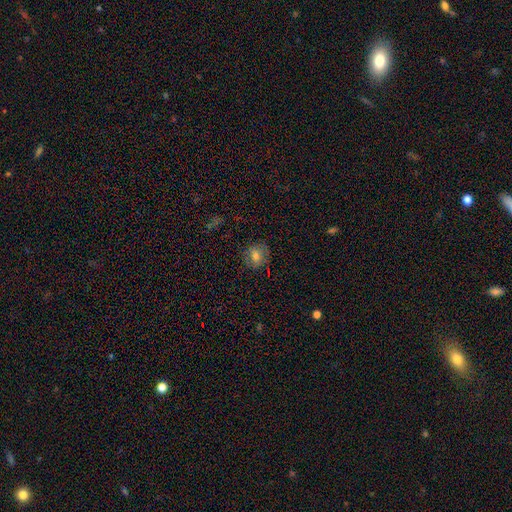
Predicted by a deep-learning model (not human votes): This is likely a smooth galaxy (73%). How rounded: likely round (66%). Merging: likely none (79%).